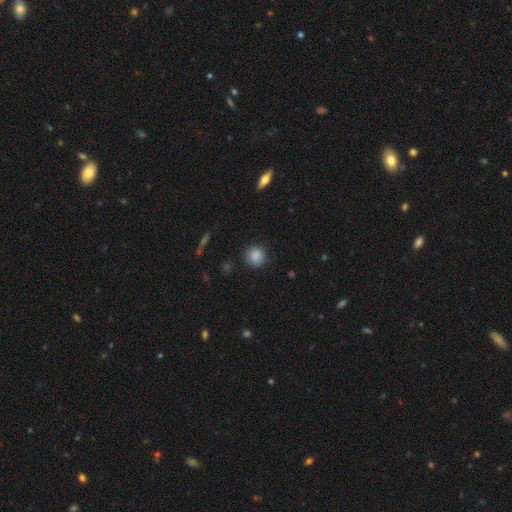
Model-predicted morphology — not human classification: type=smooth (87%); roundness=round (91%); merging=none (85%).